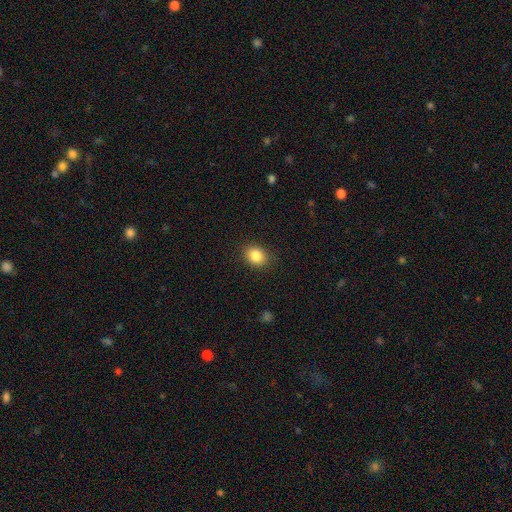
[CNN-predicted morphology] smooth_or_featured: smooth (p=0.85) [alt: star or artifact p=0.09]
how_rounded: round (p=0.52) [alt: in between p=0.47]
merging: none (p=0.87) [alt: minor disturbance p=0.09]